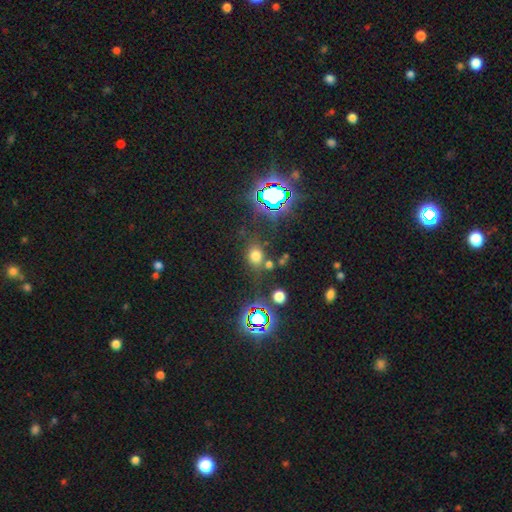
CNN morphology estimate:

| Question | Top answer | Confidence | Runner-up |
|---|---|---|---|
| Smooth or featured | smooth | 63% | star or artifact (29%) |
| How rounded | round | 64% | in between (34%) |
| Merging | none | 72% | minor disturbance (13%) |